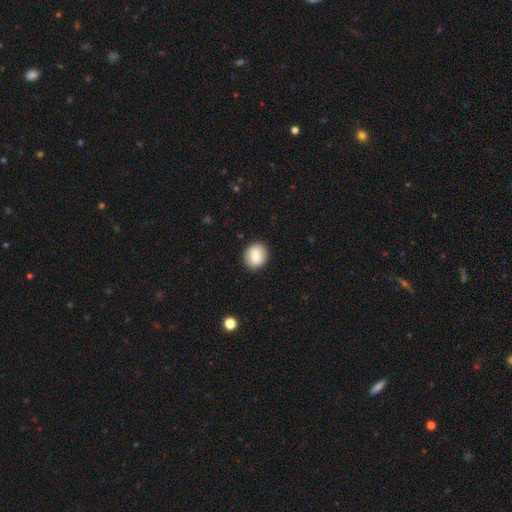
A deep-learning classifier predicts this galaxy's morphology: A smooth galaxy with no disk features (77%) that is round (68%). Merging: none (89%).